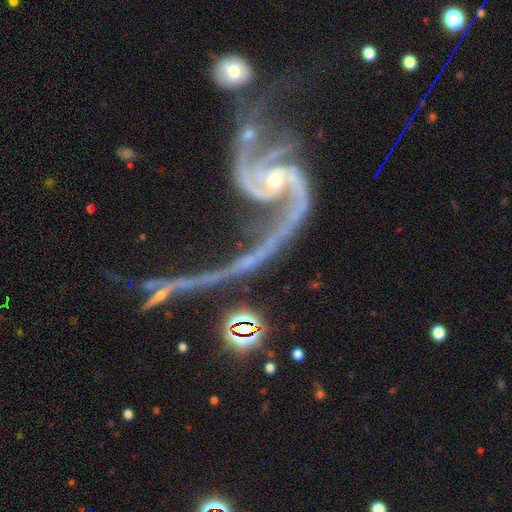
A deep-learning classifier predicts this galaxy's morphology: Smooth or featured? featured or disk (91%)
Edge-on disk? no (97%)
Bar? no (51%)
Spiral arms? yes (97%)
Spiral winding? loose (62%)
Spiral arm count? 2 (86%)
Bulge size? small (72%)
Merging? merger (29%, tied with major disturbance)